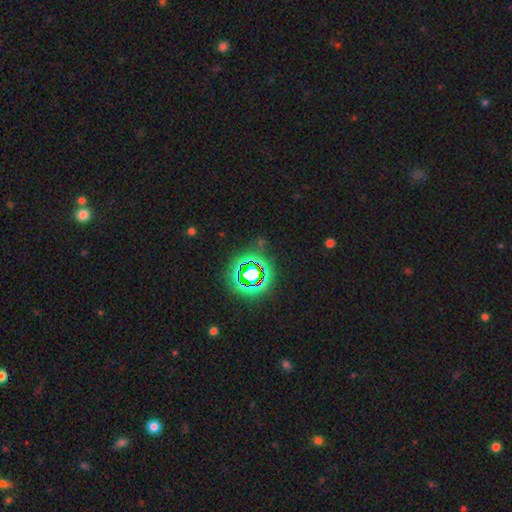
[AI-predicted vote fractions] The model was most divided on "smooth or featured": star or artifact: 62%, smooth: 27%, featured or disk: 10%.